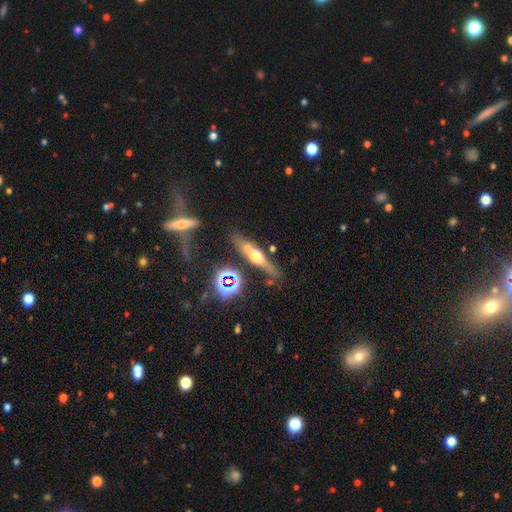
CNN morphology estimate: Smooth or featured: featured or disk — 58% (smooth — 28%)
Edge-on disk: yes — 88% (no — 12%)
Edge-on bulge: rounded — 88% (boxy — 8%)
Merging: none — 66% (minor disturbance — 16%)